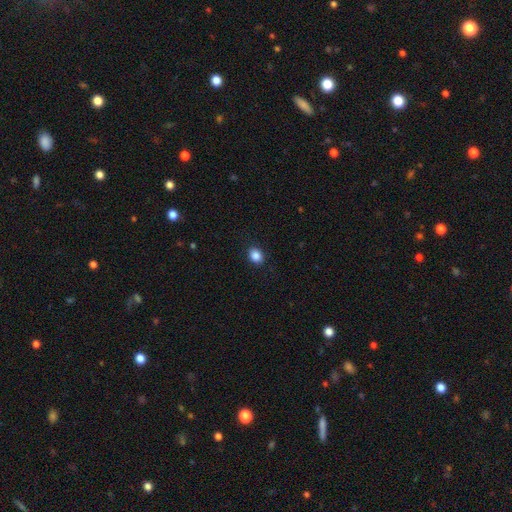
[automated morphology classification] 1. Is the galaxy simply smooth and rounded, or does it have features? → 87% smooth, 10% star or artifact, 4% featured or disk.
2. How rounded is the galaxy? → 51% in between, 48% round, 1% cigar-shaped.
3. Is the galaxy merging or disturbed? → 89% none, 7% minor disturbance, 2% major disturbance, 1% merger.